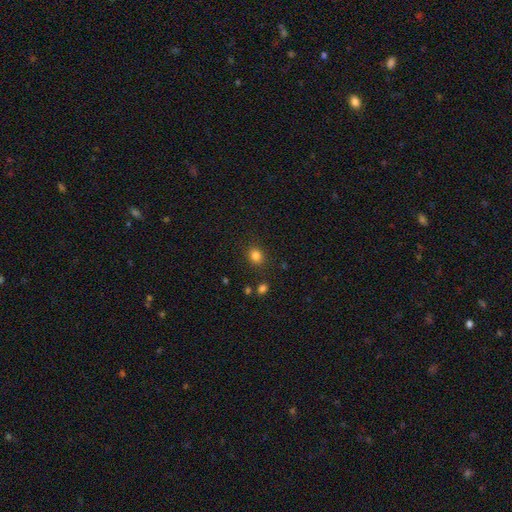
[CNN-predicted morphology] A smooth galaxy with no disk features (83%) that is round (63%).

Vote fractions:
- Smooth or featured? smooth: 83% / star or artifact: 12% / featured or disk: 5%
- How rounded? round: 63% / in between: 36% / cigar-shaped: 1%
- Merging? none: 85% / minor disturbance: 9% / major disturbance: 3% / merger: 3%